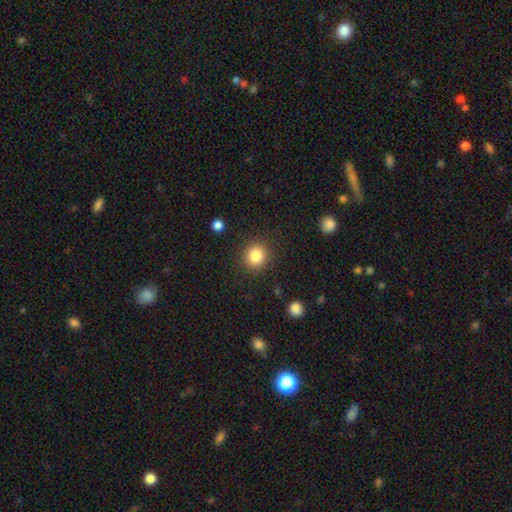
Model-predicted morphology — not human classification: A smooth galaxy with no disk features (84%) that is round (88%).

Vote fractions:
- Smooth or featured? smooth: 84% / star or artifact: 10% / featured or disk: 6%
- How rounded? round: 88% / in between: 11% / cigar-shaped: 1%
- Merging? none: 89% / minor disturbance: 7% / major disturbance: 3% / merger: 1%